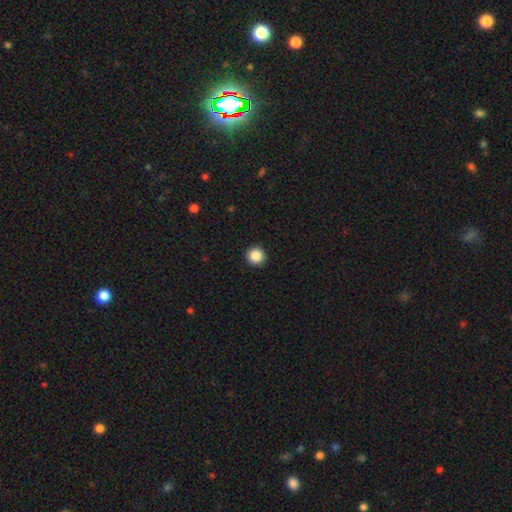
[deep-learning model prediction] The model was most divided on "smooth or featured": smooth: 87%, star or artifact: 10%, featured or disk: 3%. More confident: how rounded — round (96%); merging — none (94%).